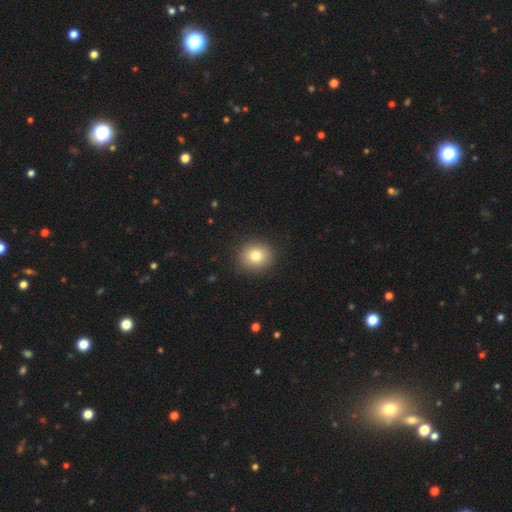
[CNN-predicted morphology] type=smooth (80%); roundness=round (80%); merging=none (90%).